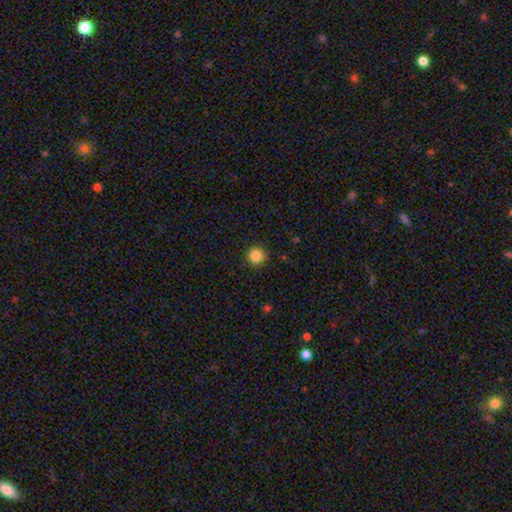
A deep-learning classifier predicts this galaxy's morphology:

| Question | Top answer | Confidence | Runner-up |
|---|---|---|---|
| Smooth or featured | smooth | 85% | star or artifact (11%) |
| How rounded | round | 95% | in between (4%) |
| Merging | none | 90% | minor disturbance (7%) |